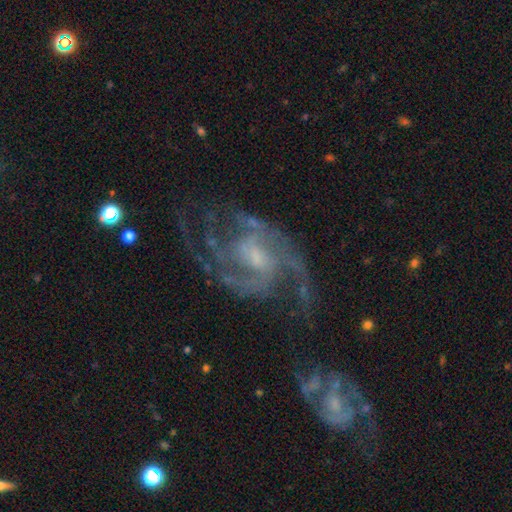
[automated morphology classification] Q: Smooth or featured?
A: featured or disk (90%); runner-up: star or artifact (5%)
Q: Edge-on disk?
A: no (98%); runner-up: yes (2%)
Q: Bar?
A: weak (51%); runner-up: no (36%)
Q: Spiral arms?
A: yes (97%); runner-up: no (3%)
Q: Spiral winding?
A: medium (55%); runner-up: loose (24%)
Q: Spiral arm count?
A: 2 (59%); runner-up: 3 (14%)
Q: Bulge size?
A: small (47%); runner-up: moderate (34%)
Q: Merging?
A: none (61%); runner-up: major disturbance (18%)